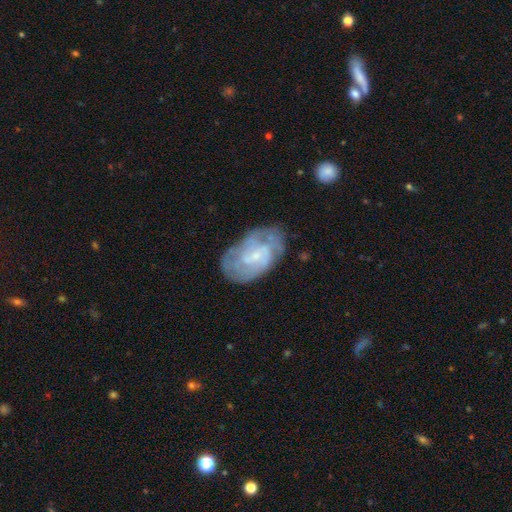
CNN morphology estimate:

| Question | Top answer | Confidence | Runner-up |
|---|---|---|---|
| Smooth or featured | featured or disk | 72% | smooth (22%) |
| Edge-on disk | no | 97% | yes (3%) |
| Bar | no | 48% | weak (44%) |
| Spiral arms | yes | 80% | no (20%) |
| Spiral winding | tight | 54% | medium (34%) |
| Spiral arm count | can't tell | 50% | 2 (26%) |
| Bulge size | small | 67% | moderate (20%) |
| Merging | none | 62% | minor disturbance (25%) |